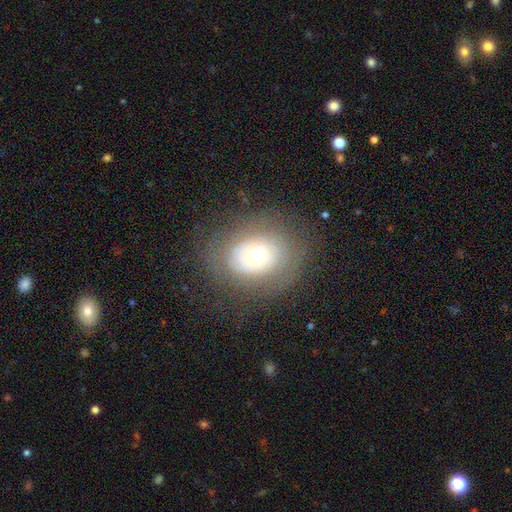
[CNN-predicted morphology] A smooth galaxy with no disk features (50%) that is round (51%). Merging: none (72%).